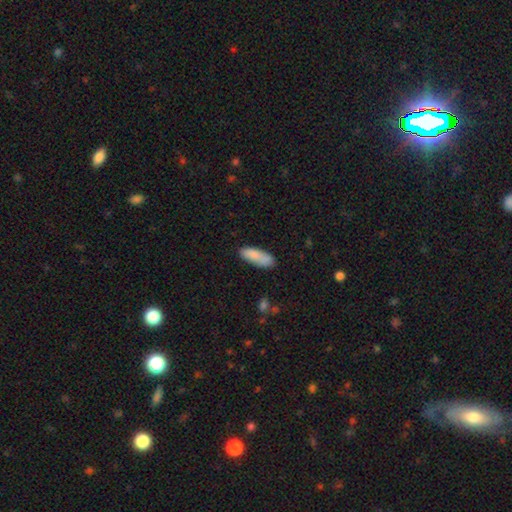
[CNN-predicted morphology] The model was most divided on "how rounded": in between: 62%, cigar-shaped: 36%, round: 2%. More confident: smooth or featured — smooth (84%); merging — none (74%).